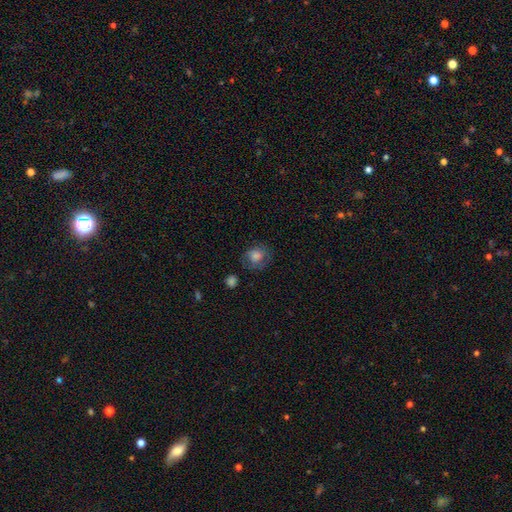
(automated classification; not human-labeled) Morphology: type=smooth (64%); roundness=round (65%); merging=none (71%).